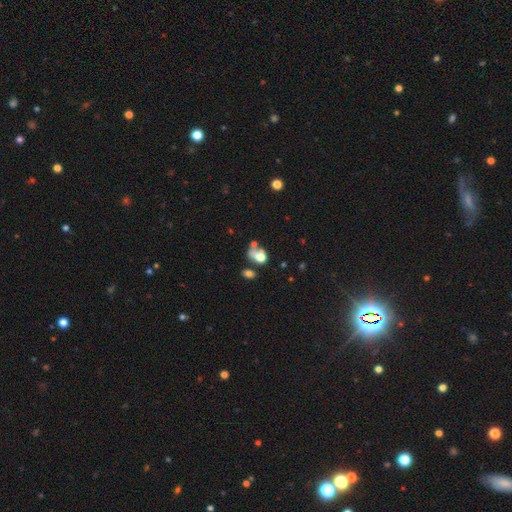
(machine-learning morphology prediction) smooth_or_featured: smooth (p=0.64) [alt: featured or disk p=0.22]
how_rounded: in between (p=0.62) [alt: round p=0.37]
merging: merger (p=0.40) [alt: none p=0.26]